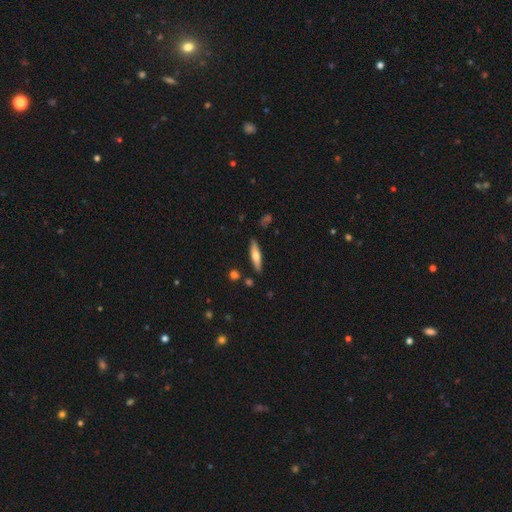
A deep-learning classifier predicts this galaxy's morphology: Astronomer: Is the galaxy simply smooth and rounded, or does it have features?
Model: smooth — 56% (runner-up: featured or disk, 38%).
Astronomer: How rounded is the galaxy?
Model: cigar-shaped — 72%.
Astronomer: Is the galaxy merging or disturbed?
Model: none — 86%.